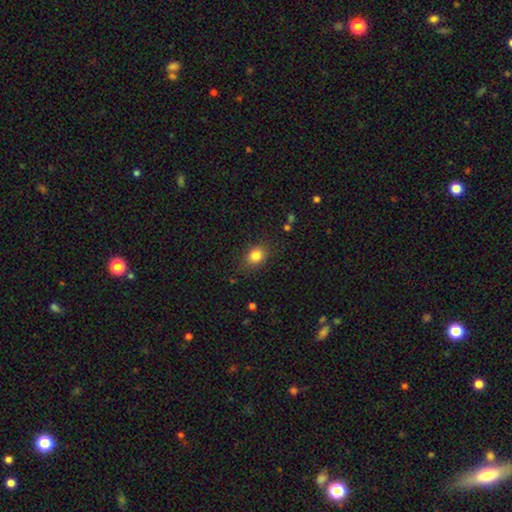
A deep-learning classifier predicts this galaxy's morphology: smooth-or-featured: smooth: 83% | star or artifact: 11% | featured or disk: 6%
  how-rounded: in between: 52% | round: 47% | cigar-shaped: 1%
  merging: none: 83% | minor disturbance: 12% | major disturbance: 4% | merger: 1%